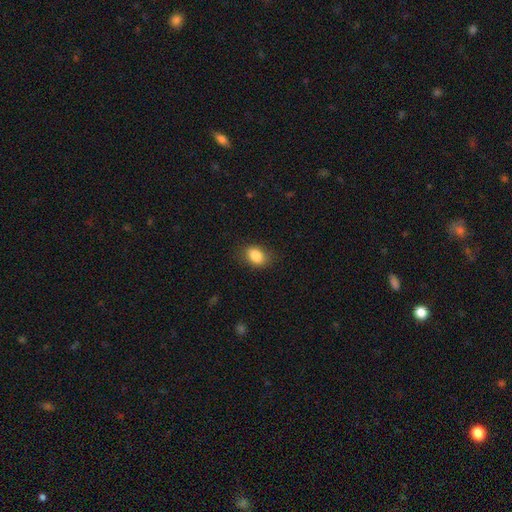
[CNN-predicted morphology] Overall: smooth (86%). How rounded: in between (76%). Merging: none (81%).